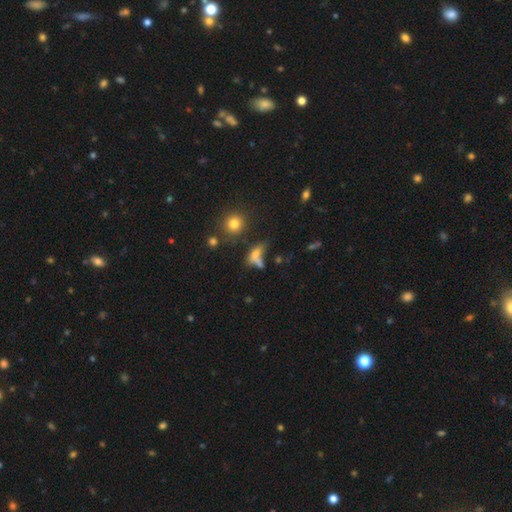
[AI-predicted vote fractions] smooth_or_featured: smooth (p=0.60) [alt: featured or disk p=0.22]
how_rounded: in between (p=0.59) [alt: cigar-shaped p=0.21]
merging: none (p=0.35) [alt: merger p=0.31]